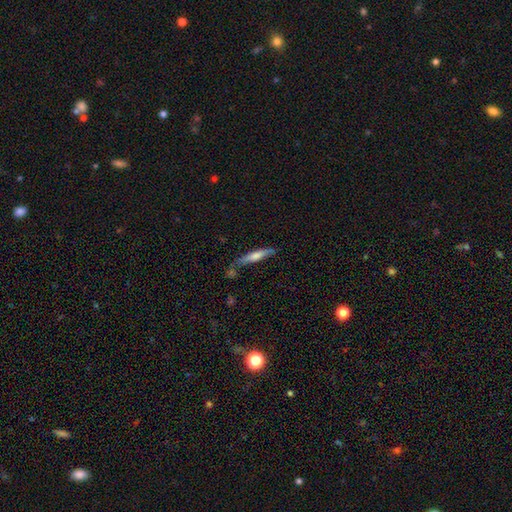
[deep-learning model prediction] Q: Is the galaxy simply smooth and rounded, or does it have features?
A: featured or disk — 50%.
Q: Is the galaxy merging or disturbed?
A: none — 68%.